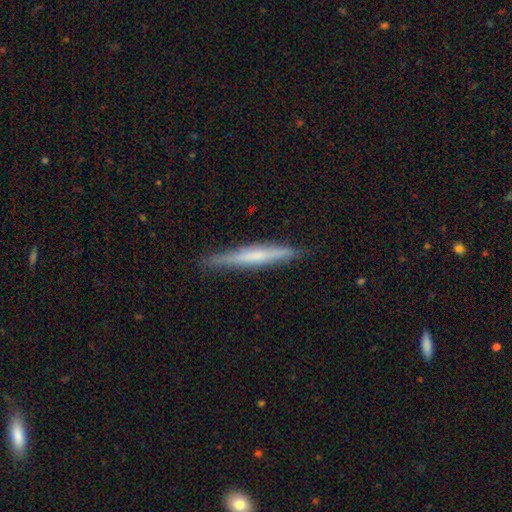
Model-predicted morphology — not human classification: This is possibly a featured or disk galaxy (49%). Merging: clearly none (89%).